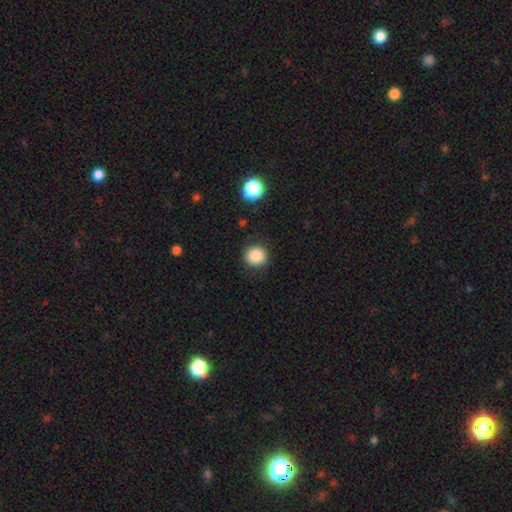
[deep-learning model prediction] A smooth galaxy with no disk features (86%) that is round (93%). Merging: none (89%).